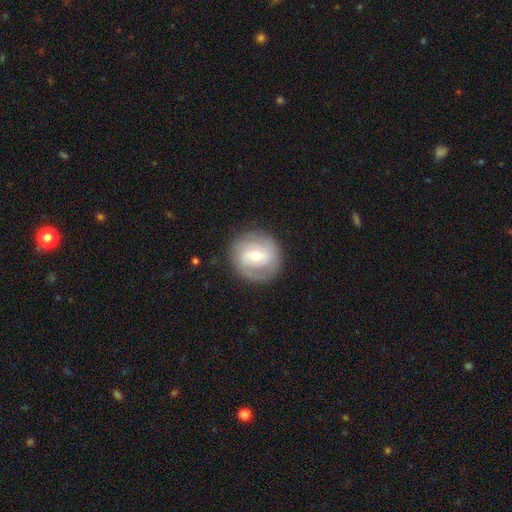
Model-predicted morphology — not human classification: Q: Smooth or featured?
A: featured or disk (69%); runner-up: smooth (25%)
Q: Edge-on disk?
A: no (97%); runner-up: yes (3%)
Q: Bar?
A: weak (50%); runner-up: no (28%)
Q: Spiral arms?
A: yes (81%); runner-up: no (19%)
Q: Spiral winding?
A: tight (57%); runner-up: medium (32%)
Q: Spiral arm count?
A: 2 (57%); runner-up: can't tell (24%)
Q: Bulge size?
A: moderate (59%); runner-up: small (36%)
Q: Merging?
A: none (83%); runner-up: minor disturbance (11%)